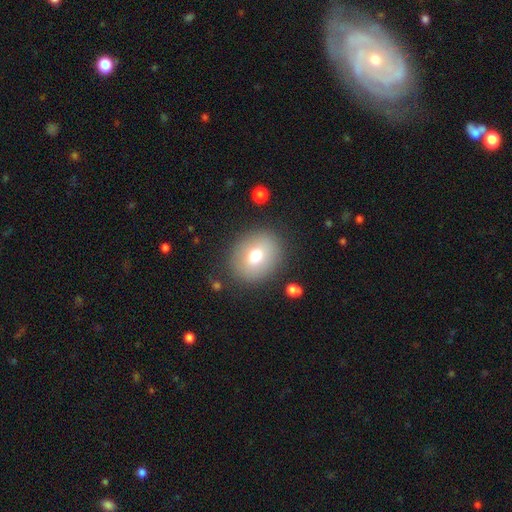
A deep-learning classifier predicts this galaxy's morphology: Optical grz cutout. It shows a smooth galaxy with no disk features (73%) that is round (54%). Merging: none (85%).